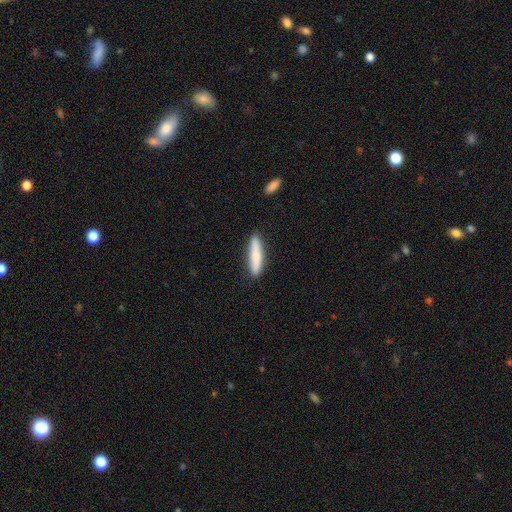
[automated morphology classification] Q: Smooth or featured?
A: smooth (79%); runner-up: featured or disk (16%)
Q: How rounded?
A: cigar-shaped (86%); runner-up: in between (13%)
Q: Merging?
A: none (88%); runner-up: minor disturbance (9%)